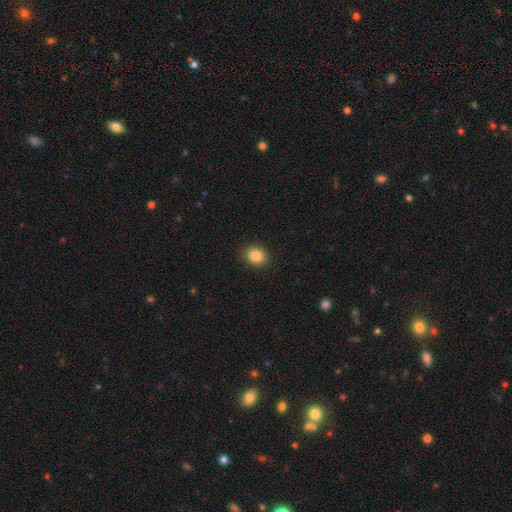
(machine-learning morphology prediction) A smooth galaxy with no disk features (86%) that is round (53%).

Vote fractions:
- Smooth or featured? smooth: 86% / star or artifact: 9% / featured or disk: 5%
- How rounded? round: 53% / in between: 46% / cigar-shaped: 1%
- Merging? none: 90% / minor disturbance: 7% / major disturbance: 2% / merger: 1%